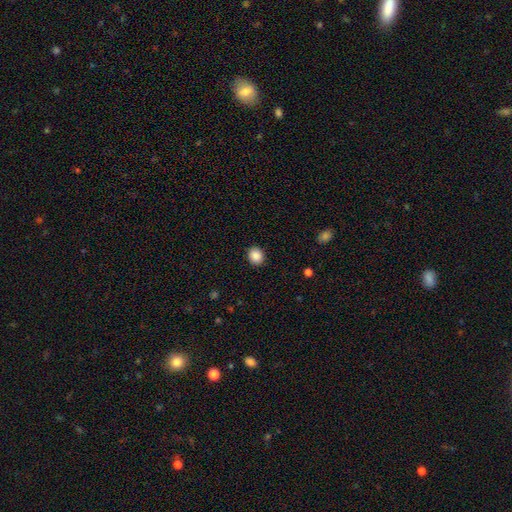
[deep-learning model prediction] The model was most divided on "how rounded": round: 80%, in between: 19%, cigar-shaped: 1%. More confident: merging — none (91%); smooth or featured — smooth (88%).